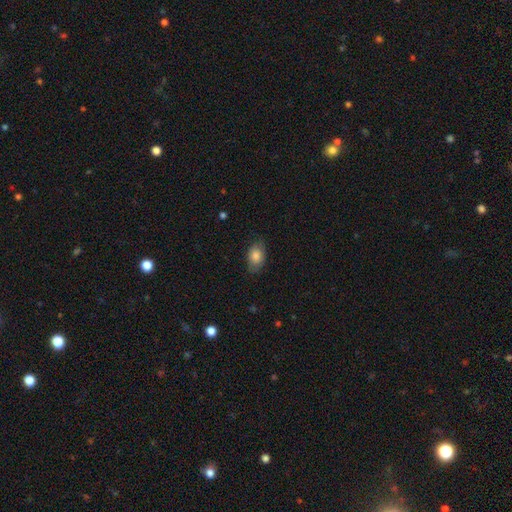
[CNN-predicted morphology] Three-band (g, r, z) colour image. It shows a smooth galaxy with no disk features (81%) that is in between round and cigar-shaped (89%). Merging: none (78%).